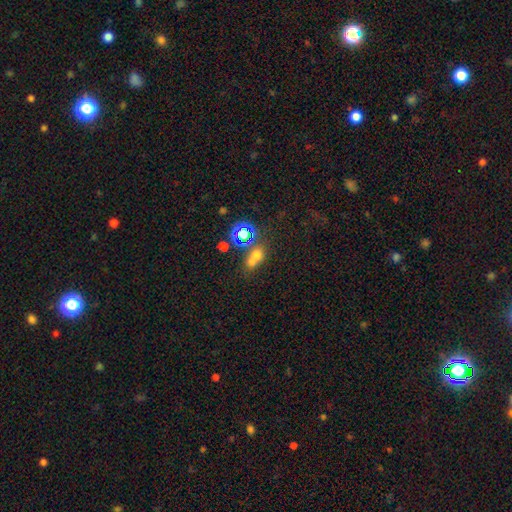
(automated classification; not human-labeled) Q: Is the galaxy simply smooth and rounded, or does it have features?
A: smooth — 59%.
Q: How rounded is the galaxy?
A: round — 69%.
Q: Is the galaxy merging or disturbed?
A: merger — 51%.